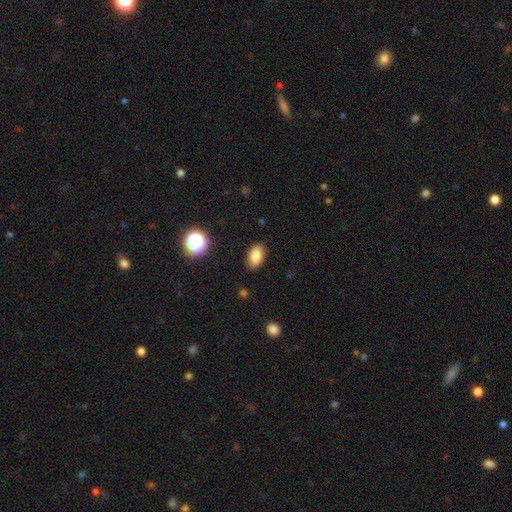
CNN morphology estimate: Overall: smooth (83%). How rounded: in between (91%). Merging: none (86%).